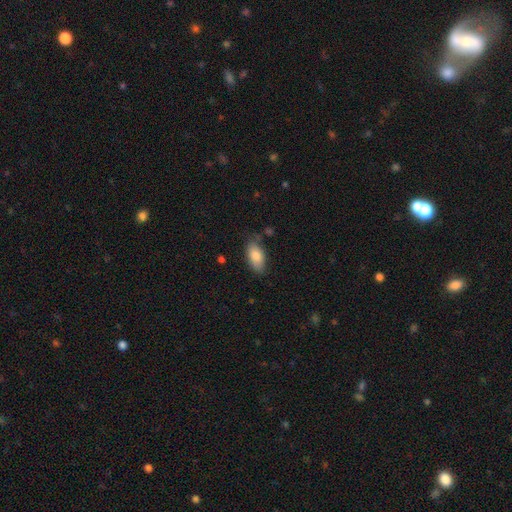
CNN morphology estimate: Overall: smooth (83%). How rounded: in between (92%). Merging: none (75%).